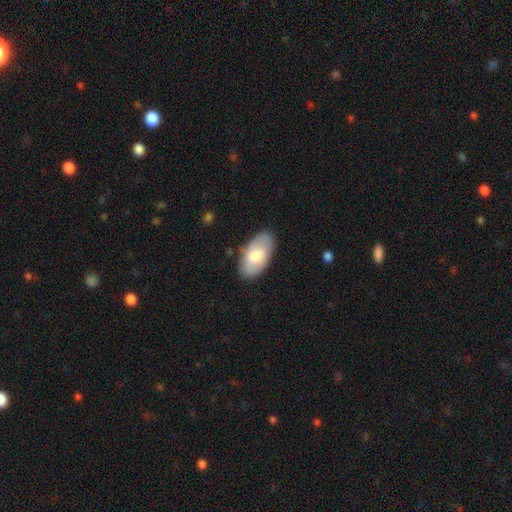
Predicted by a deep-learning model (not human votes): The model was most divided on "smooth or featured": smooth: 69%, featured or disk: 26%, star or artifact: 5%. More confident: how rounded — in between (95%); merging — none (83%).